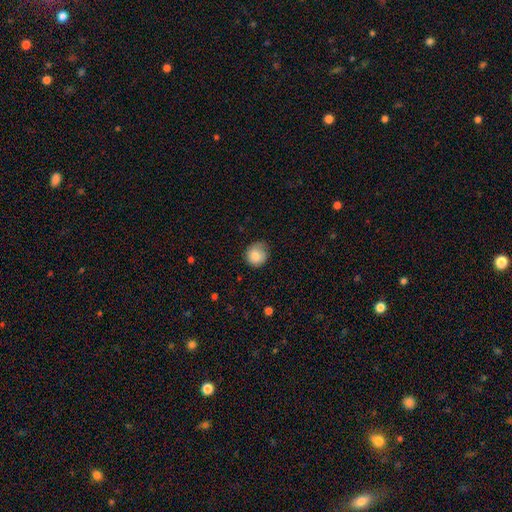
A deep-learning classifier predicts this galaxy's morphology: smooth-or-featured: smooth: 82% | featured or disk: 10% | star or artifact: 8%
  how-rounded: round: 84% | in between: 15% | cigar-shaped: 1%
  merging: none: 60% | minor disturbance: 31% | major disturbance: 8% | merger: 1%